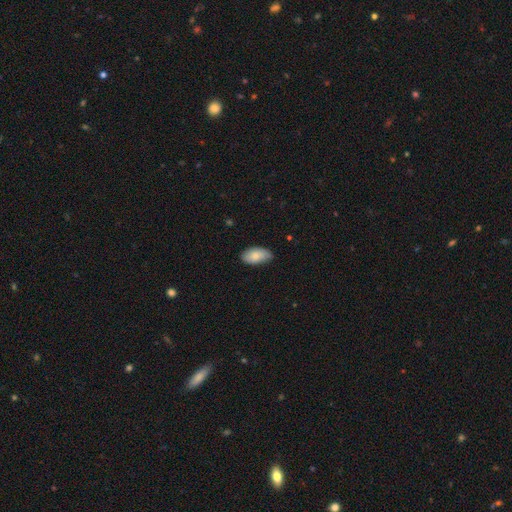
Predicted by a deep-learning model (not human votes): The model was most divided on "merging": none: 77%, minor disturbance: 20%, major disturbance: 2%, merger: 1%. More confident: how rounded — in between (95%); smooth or featured — smooth (83%).